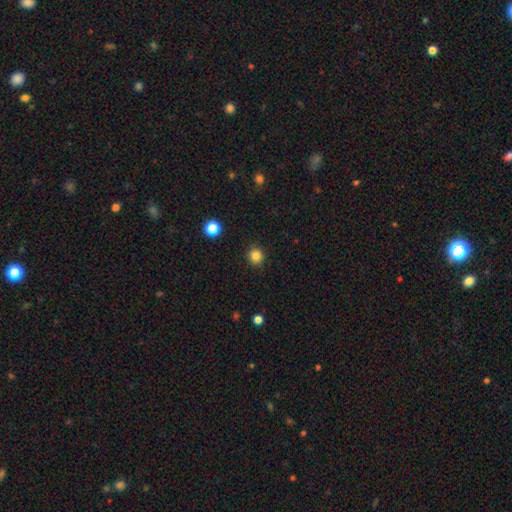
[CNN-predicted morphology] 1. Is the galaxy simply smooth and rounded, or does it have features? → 84% smooth, 12% star or artifact, 4% featured or disk.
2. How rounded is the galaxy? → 92% round, 7% in between, 1% cigar-shaped.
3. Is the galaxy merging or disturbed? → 92% none, 5% minor disturbance, 2% major disturbance, 1% merger.